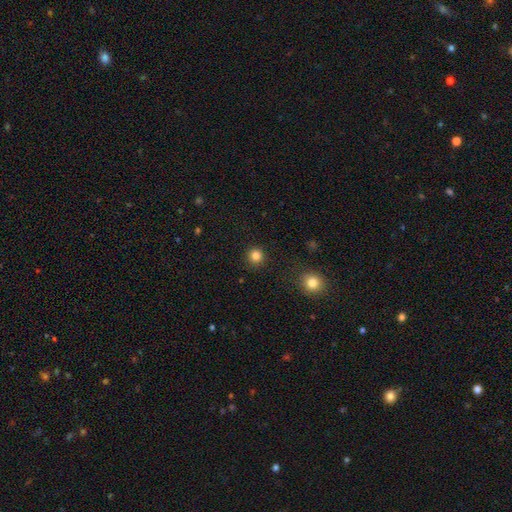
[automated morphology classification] Smooth or featured? Predicted: smooth (p=0.83). How rounded? Predicted: round (p=0.94). Merging? Predicted: none (p=0.91).